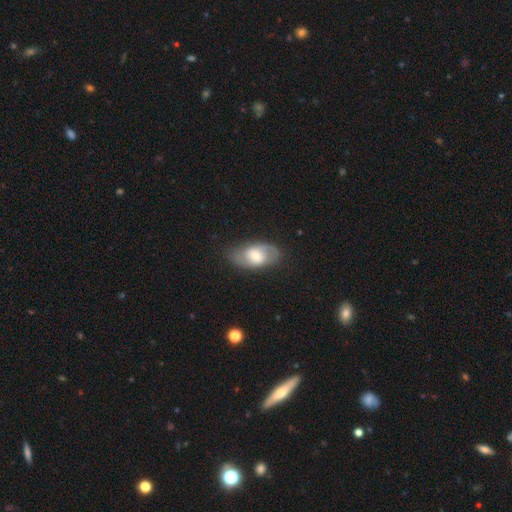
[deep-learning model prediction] The model was most divided on "bar": weak: 45%, no: 39%, strong: 16%. More confident: edge-on disk — no (93%); spiral arms — yes (76%); merging — none (75%); smooth or featured — featured or disk (61%); bulge size — moderate (59%).